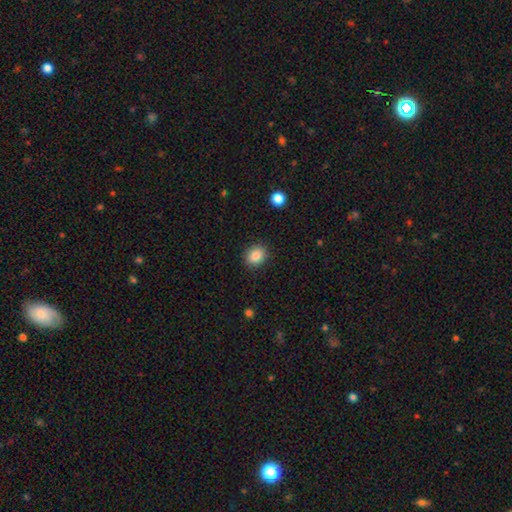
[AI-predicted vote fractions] smooth-or-featured: smooth: 85% | star or artifact: 10% | featured or disk: 5%
  how-rounded: round: 69% | in between: 30% | cigar-shaped: 1%
  merging: none: 89% | minor disturbance: 8% | major disturbance: 2% | merger: 1%